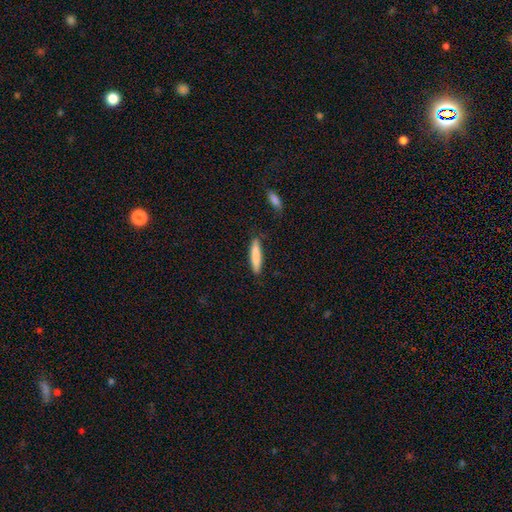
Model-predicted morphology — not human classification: Smooth or featured: smooth — 84% (featured or disk — 11%)
How rounded: cigar-shaped — 86% (in between — 13%)
Merging: none — 84% (minor disturbance — 12%)